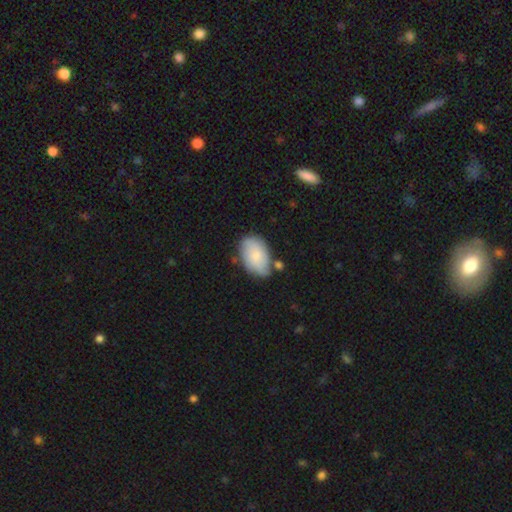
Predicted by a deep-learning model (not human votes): Smooth or featured? smooth (75%)
How rounded? in between (92%)
Merging? none (64%)